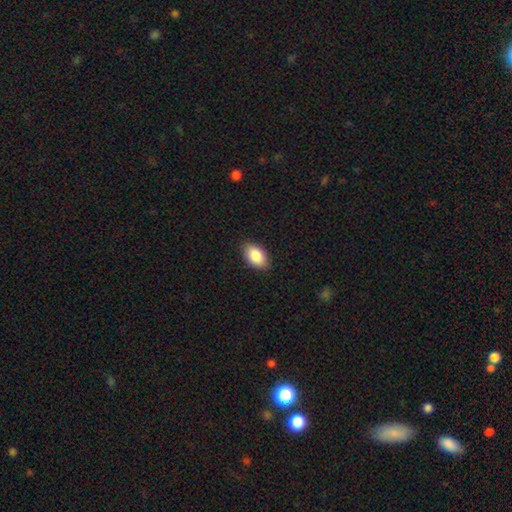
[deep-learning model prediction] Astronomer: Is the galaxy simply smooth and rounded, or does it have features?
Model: smooth — 87%.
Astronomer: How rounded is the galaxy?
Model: in between — 92%.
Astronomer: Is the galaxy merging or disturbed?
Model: none — 87%.